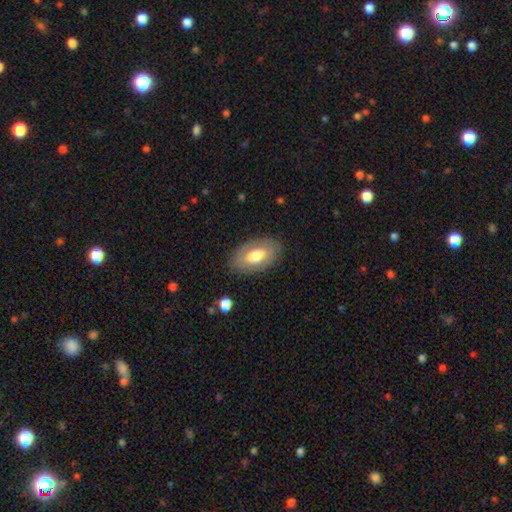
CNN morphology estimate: Smooth or featured? smooth (58%)
How rounded? in between (92%)
Merging? none (81%)